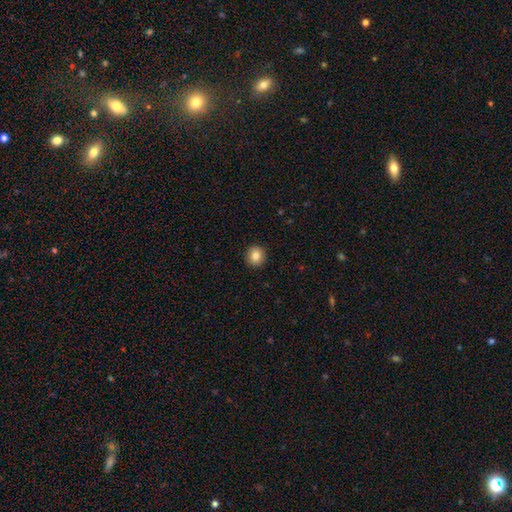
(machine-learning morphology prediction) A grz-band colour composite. It shows a smooth galaxy with no disk features (86%) that is round (88%). Merging: none (92%).